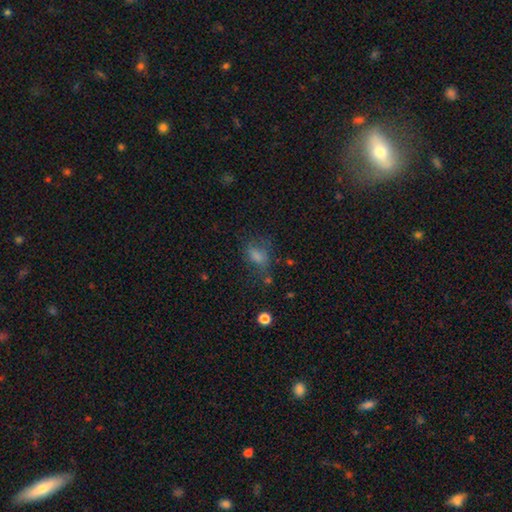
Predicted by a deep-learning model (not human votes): smooth 52%, star or artifact 28%, featured or disk 20%. Down the decision tree: how rounded — in between (70%); merging — none (58%).